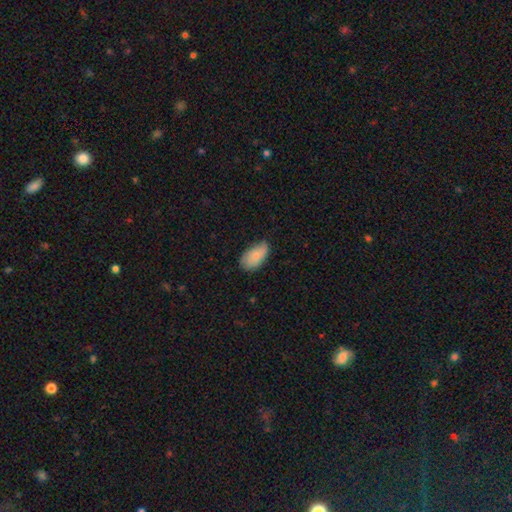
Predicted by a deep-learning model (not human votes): smooth_or_featured: smooth (p=0.78) [alt: featured or disk p=0.16]
how_rounded: in between (p=0.94) [alt: round p=0.04]
merging: none (p=0.64) [alt: minor disturbance p=0.30]